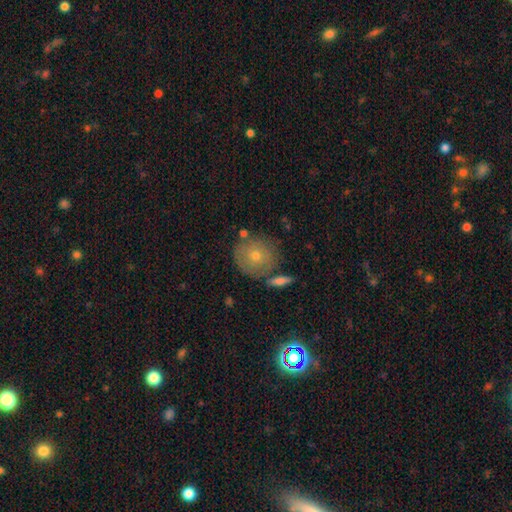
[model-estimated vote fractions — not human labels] Q: Smooth or featured?
A: smooth (55%); runner-up: featured or disk (29%)
Q: How rounded?
A: round (91%); runner-up: in between (8%)
Q: Merging?
A: none (74%); runner-up: minor disturbance (12%)